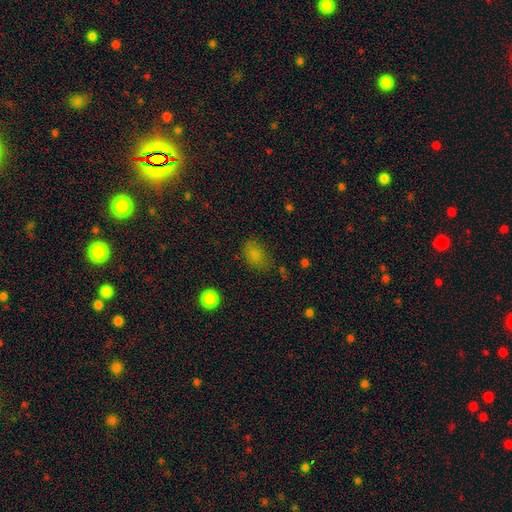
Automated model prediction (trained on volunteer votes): Smooth or featured? Predicted: smooth (p=0.78). How rounded? Predicted: in between (p=0.79). Merging? Predicted: none (p=0.64).